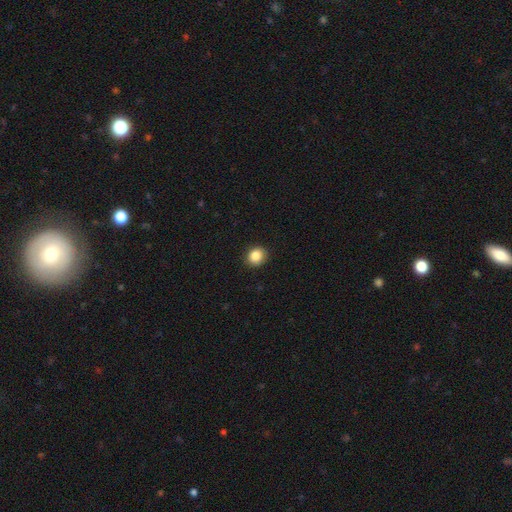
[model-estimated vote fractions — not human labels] Smooth or featured?
  - smooth: 85% *
  - star or artifact: 10%
  - featured or disk: 5%
How rounded?
  - round: 76% *
  - in between: 23%
  - cigar-shaped: 1%
Merging?
  - none: 90% *
  - minor disturbance: 7%
  - major disturbance: 2%
  - merger: 1%